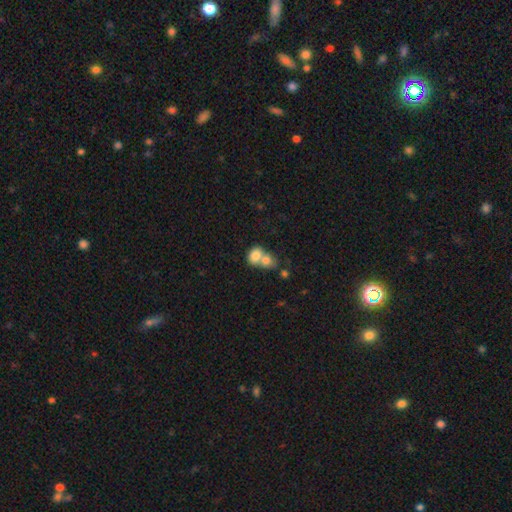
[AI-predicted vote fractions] A smooth galaxy with no disk features (79%) that is in between round and cigar-shaped (54%). Merging: merger (69%).